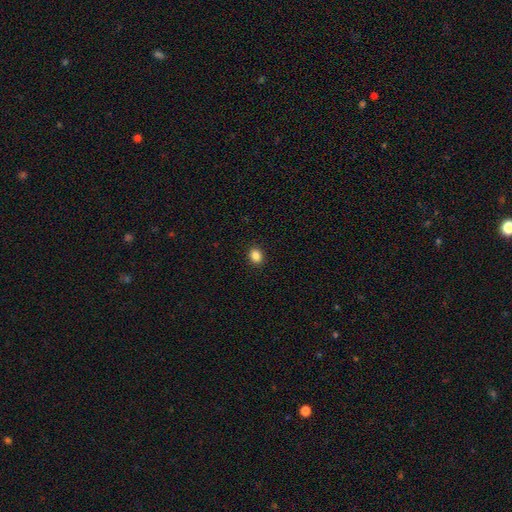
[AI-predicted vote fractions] Smooth or featured? smooth (87%)
How rounded? round (51%)
Merging? none (91%)